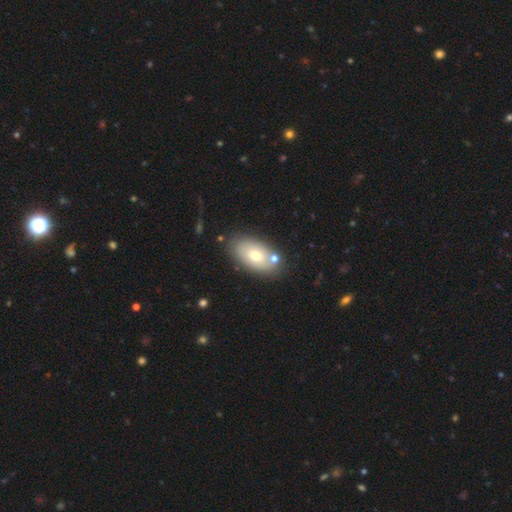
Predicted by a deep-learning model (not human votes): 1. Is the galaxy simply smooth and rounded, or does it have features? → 66% smooth, 25% featured or disk, 9% star or artifact.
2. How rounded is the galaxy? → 90% in between, 8% round, 2% cigar-shaped.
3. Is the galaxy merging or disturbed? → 74% none, 12% minor disturbance, 10% merger, 4% major disturbance.